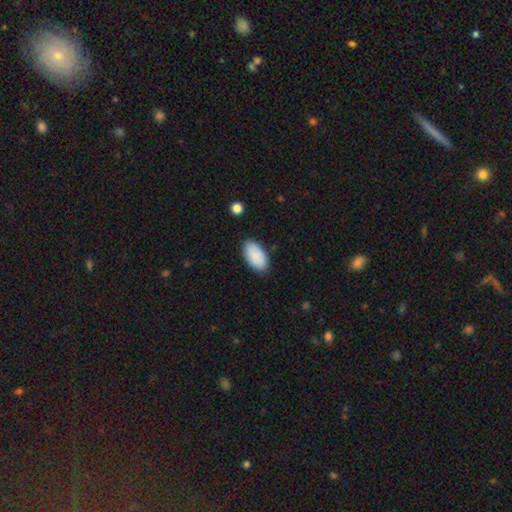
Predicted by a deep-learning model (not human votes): Morphology: type=smooth (90%); roundness=in between (96%); merging=none (86%).